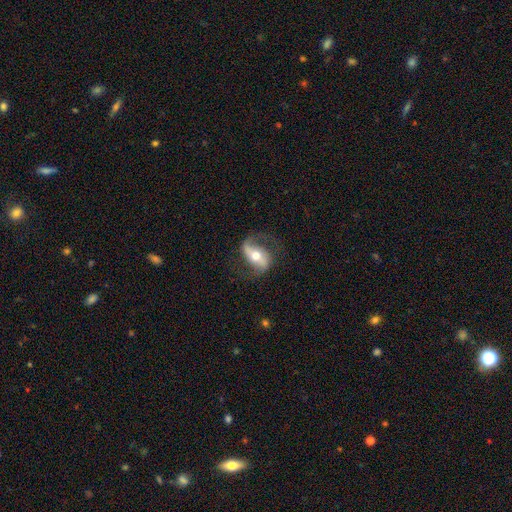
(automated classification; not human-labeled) The model was most divided on "bar": strong: 47%, weak: 28%, no: 25%. More confident: edge-on disk — no (92%); spiral arms — yes (90%); spiral arm count — 2 (87%); smooth or featured — featured or disk (77%); merging — none (70%); bulge size — moderate (70%); spiral winding — loose (56%).